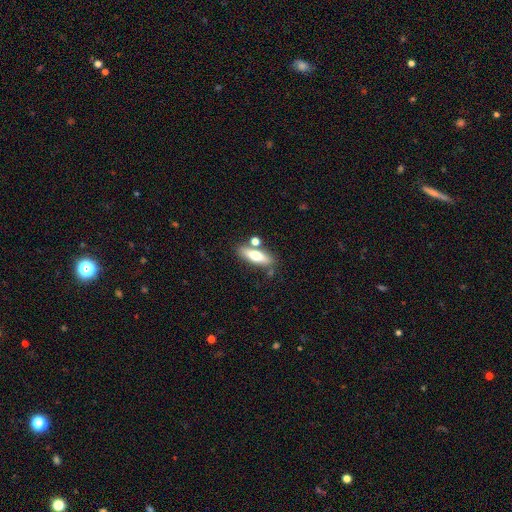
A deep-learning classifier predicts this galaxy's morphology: smooth 60%, featured or disk 33%, star or artifact 7%. Down the decision tree: how rounded — in between (51%); merging — none (69%).